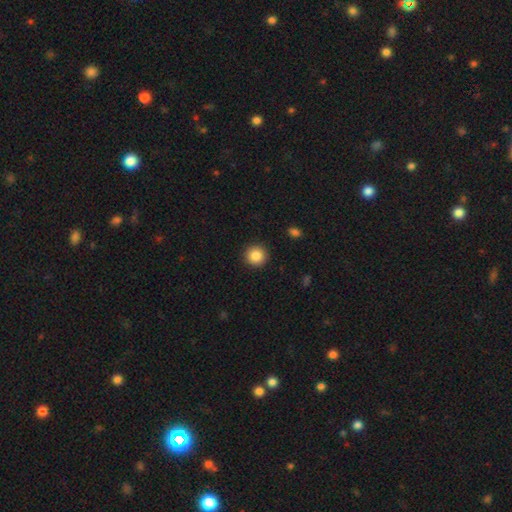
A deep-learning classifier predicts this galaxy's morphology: This is clearly a smooth galaxy (86%). How rounded: clearly round (95%). Merging: clearly none (92%).